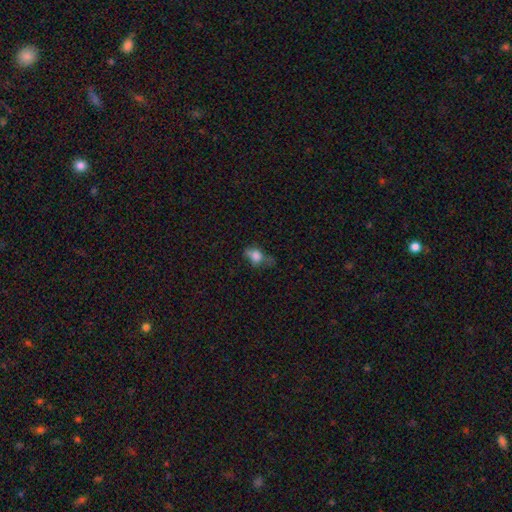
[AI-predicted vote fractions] This appears to be a smooth galaxy with no disk features (70%) that is in between round and cigar-shaped (70%). Merging: none (36%).